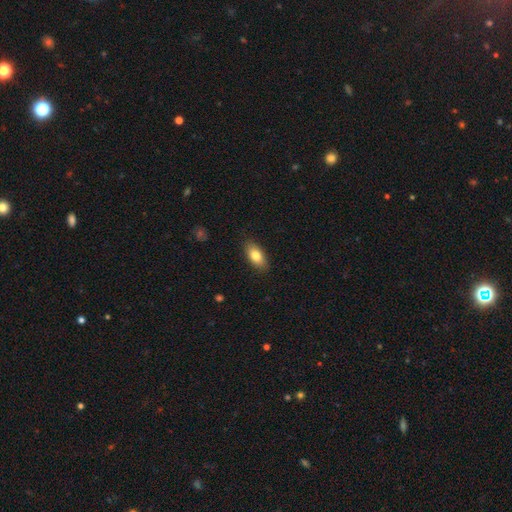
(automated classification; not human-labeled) smooth 81%, featured or disk 12%, star or artifact 7%. Down the decision tree: how rounded — in between (89%); merging — none (87%).